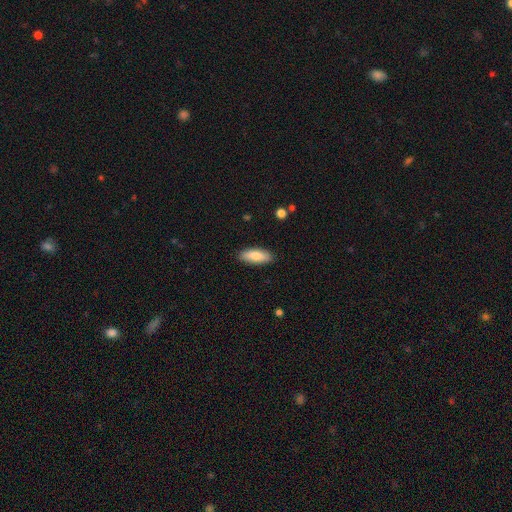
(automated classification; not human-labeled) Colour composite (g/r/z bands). It shows a smooth galaxy with no disk features (81%) that is in between round and cigar-shaped (73%). Merging: none (88%).